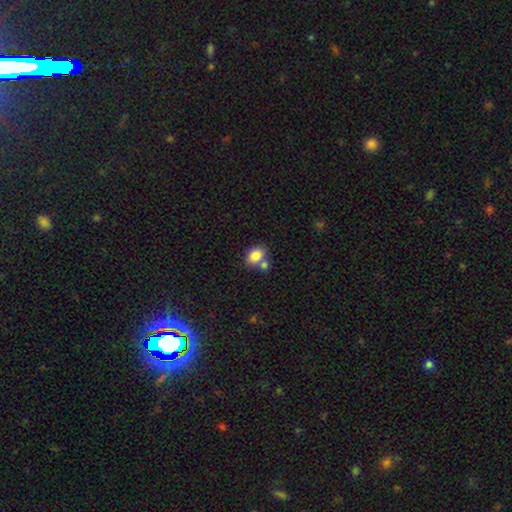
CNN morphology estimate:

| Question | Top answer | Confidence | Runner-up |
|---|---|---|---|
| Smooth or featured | smooth | 84% | star or artifact (9%) |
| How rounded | in between | 68% | round (31%) |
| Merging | none | 57% | merger (28%) |